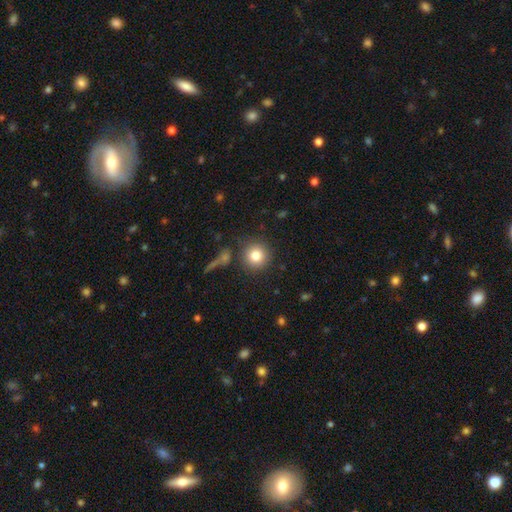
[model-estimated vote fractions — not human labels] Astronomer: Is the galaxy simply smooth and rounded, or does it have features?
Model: smooth — 81%.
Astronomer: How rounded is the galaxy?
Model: round — 94%.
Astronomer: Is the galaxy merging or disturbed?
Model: none — 85%.